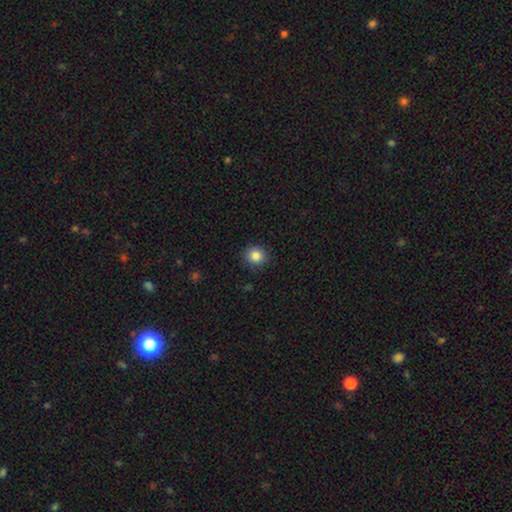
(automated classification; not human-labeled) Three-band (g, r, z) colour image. It shows a smooth galaxy with no disk features (84%) that is round (84%). Merging: none (90%).